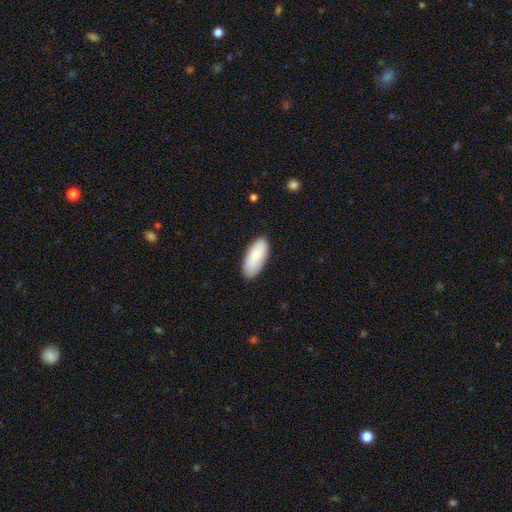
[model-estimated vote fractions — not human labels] Smooth or featured?
  - smooth: 84% *
  - featured or disk: 10%
  - star or artifact: 5%
How rounded?
  - in between: 88% *
  - cigar-shaped: 10%
  - round: 2%
Merging?
  - none: 86% *
  - minor disturbance: 11%
  - major disturbance: 2%
  - merger: 1%